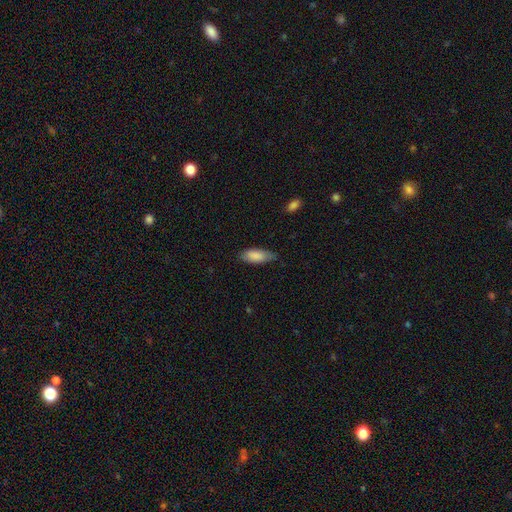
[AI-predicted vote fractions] This appears to be a smooth galaxy with no disk features (86%) that is in between round and cigar-shaped (76%). Merging: none (74%).